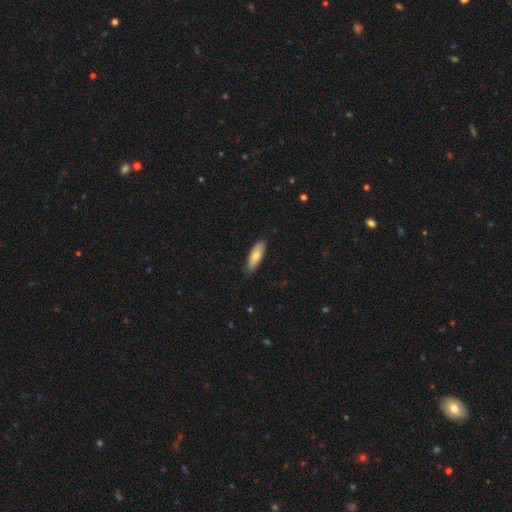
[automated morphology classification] This is likely a smooth galaxy (75%). How rounded: likely in between (62%). Merging: clearly none (85%).